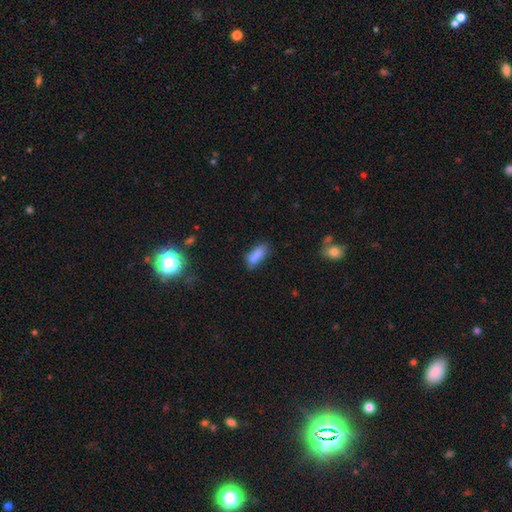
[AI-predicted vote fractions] Q: Smooth or featured?
A: smooth (79%); runner-up: featured or disk (12%)
Q: How rounded?
A: in between (69%); runner-up: cigar-shaped (28%)
Q: Merging?
A: none (51%); runner-up: minor disturbance (24%)